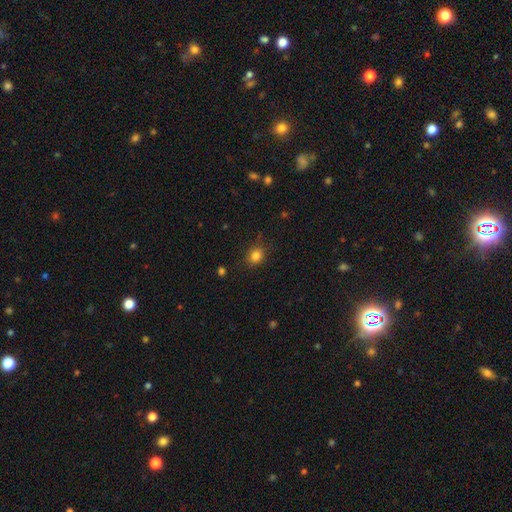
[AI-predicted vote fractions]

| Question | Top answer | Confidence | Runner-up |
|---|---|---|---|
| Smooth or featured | smooth | 83% | star or artifact (12%) |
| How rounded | round | 63% | in between (36%) |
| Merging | none | 79% | minor disturbance (15%) |